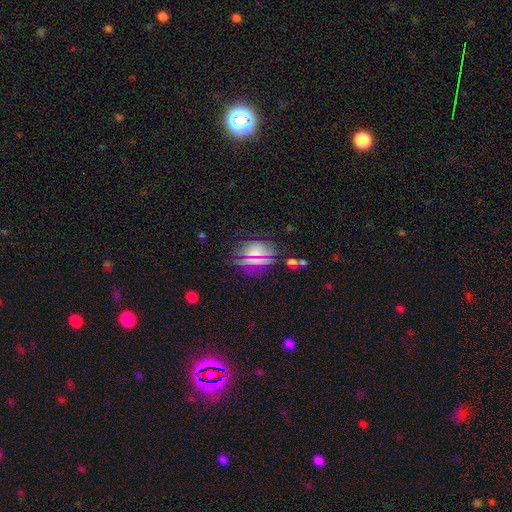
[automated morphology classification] smooth_or_featured: smooth (p=0.62) [alt: star or artifact p=0.27]
how_rounded: in between (p=0.49) [alt: round p=0.47]
merging: none (p=0.72) [alt: minor disturbance p=0.17]